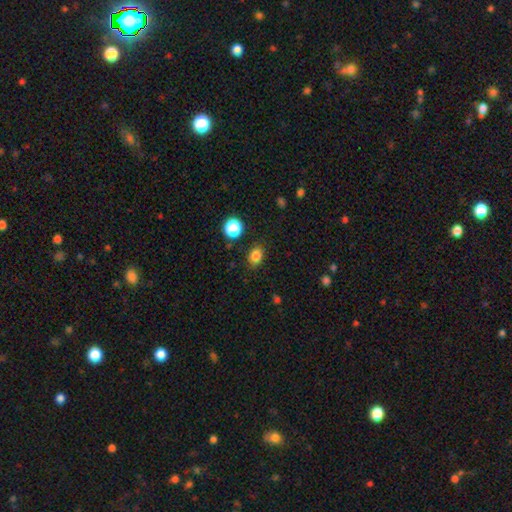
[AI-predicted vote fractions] Overall: smooth (84%). How rounded: in between (62%; round 37%). Merging: none (83%).